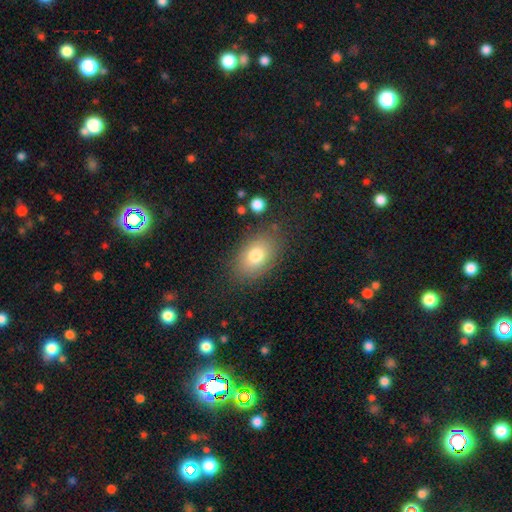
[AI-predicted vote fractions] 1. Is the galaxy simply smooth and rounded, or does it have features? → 78% smooth, 13% featured or disk, 9% star or artifact.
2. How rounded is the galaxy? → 84% in between, 14% round, 2% cigar-shaped.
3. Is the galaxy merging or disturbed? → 79% none, 13% minor disturbance, 5% major disturbance, 3% merger.